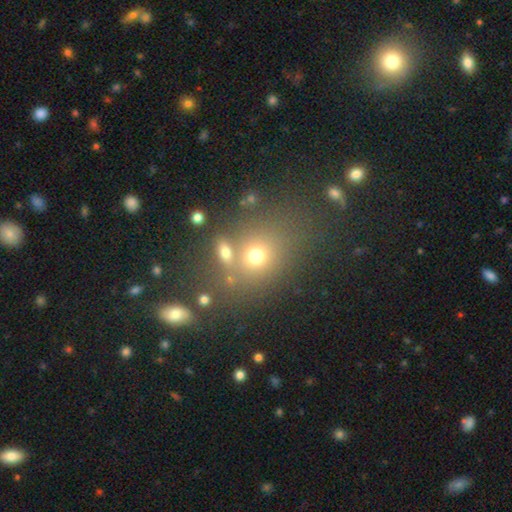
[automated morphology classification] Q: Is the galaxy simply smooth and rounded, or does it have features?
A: smooth — 67%.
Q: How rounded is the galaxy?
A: round — 56%.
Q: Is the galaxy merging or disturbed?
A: none — 59%.